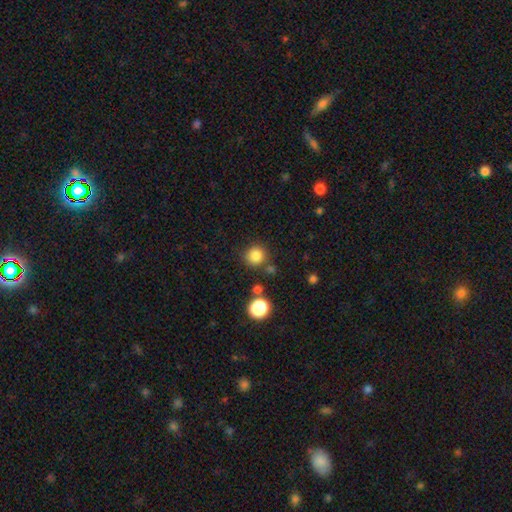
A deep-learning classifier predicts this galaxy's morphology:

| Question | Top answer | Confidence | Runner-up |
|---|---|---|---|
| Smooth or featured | smooth | 84% | star or artifact (12%) |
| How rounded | round | 92% | in between (7%) |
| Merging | none | 82% | minor disturbance (9%) |